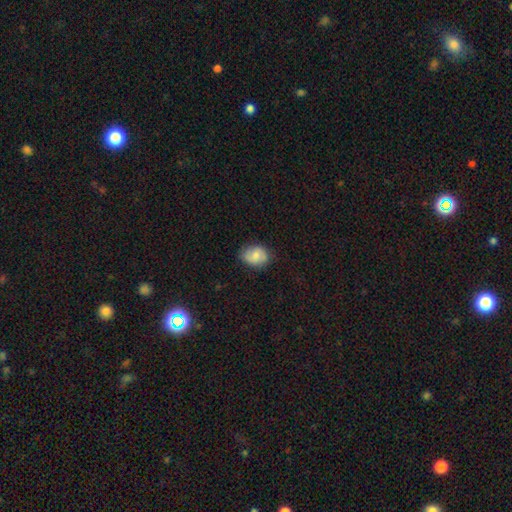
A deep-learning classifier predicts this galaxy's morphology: Smooth or featured? smooth (68%)
How rounded? in between (60%)
Merging? none (76%)